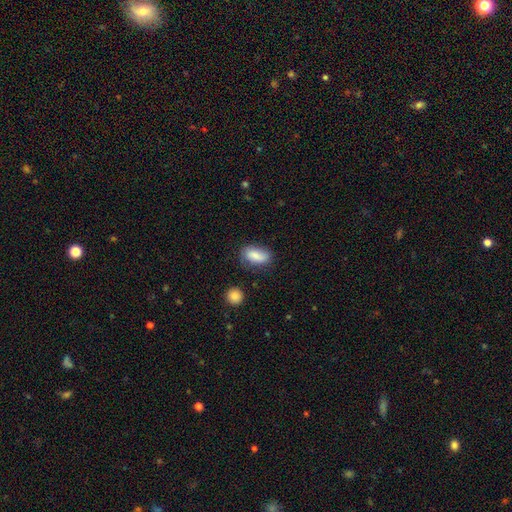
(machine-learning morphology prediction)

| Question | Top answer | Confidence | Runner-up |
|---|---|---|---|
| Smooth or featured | smooth | 78% | featured or disk (14%) |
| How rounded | in between | 89% | round (6%) |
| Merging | none | 70% | minor disturbance (21%) |